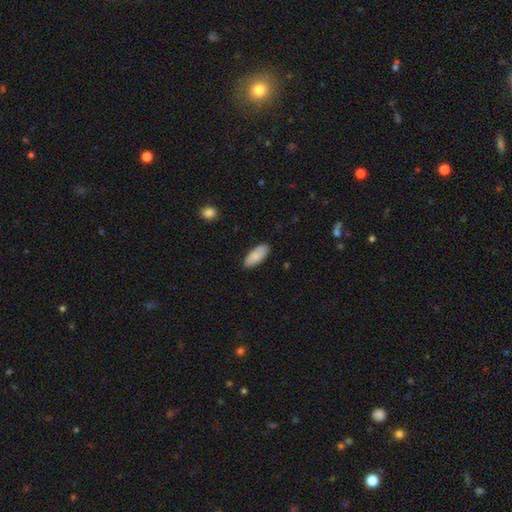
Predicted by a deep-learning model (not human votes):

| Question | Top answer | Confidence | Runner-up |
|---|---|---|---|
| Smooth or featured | smooth | 85% | featured or disk (9%) |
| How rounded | in between | 87% | cigar-shaped (12%) |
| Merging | none | 85% | minor disturbance (12%) |